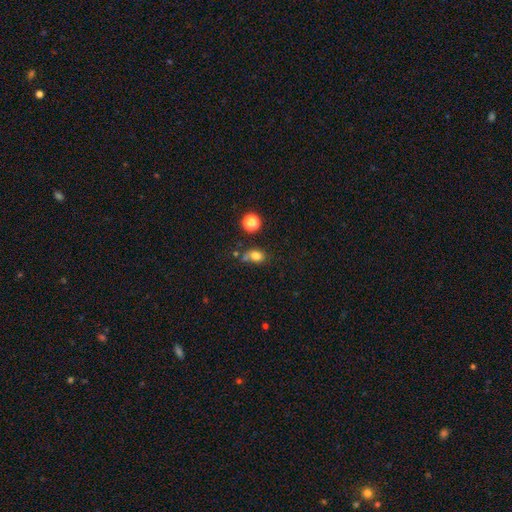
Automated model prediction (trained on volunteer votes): Morphology: type=smooth (78%); roundness=in between (56%); merging=none (48%).